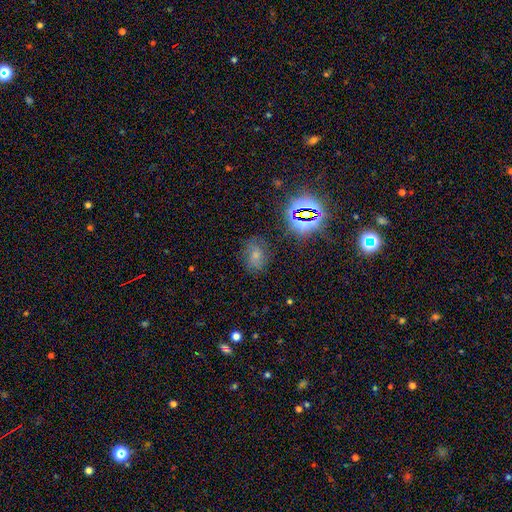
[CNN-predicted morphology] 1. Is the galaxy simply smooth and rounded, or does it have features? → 55% smooth, 26% star or artifact, 18% featured or disk.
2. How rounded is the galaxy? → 69% in between, 29% round, 2% cigar-shaped.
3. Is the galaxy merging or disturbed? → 70% none, 20% minor disturbance, 8% major disturbance, 2% merger.